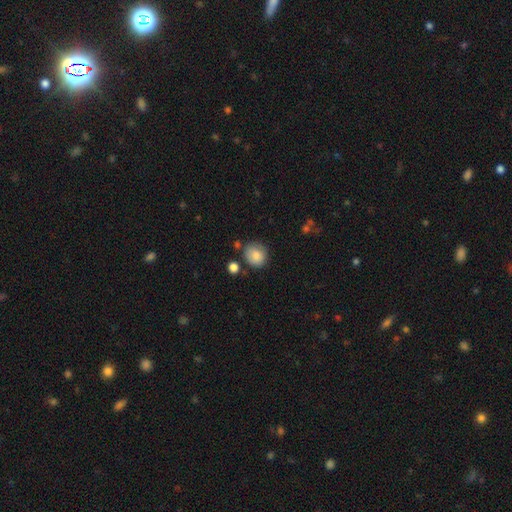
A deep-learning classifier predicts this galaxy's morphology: This is clearly a smooth galaxy (82%). How rounded: likely round (79%). Merging: likely none (72%).